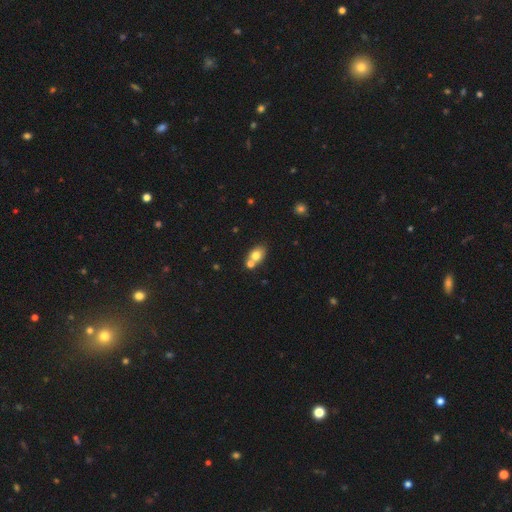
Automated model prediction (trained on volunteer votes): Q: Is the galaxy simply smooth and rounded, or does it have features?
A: smooth — 76%.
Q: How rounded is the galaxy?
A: in between — 66%.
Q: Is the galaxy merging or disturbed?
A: none — 47%.